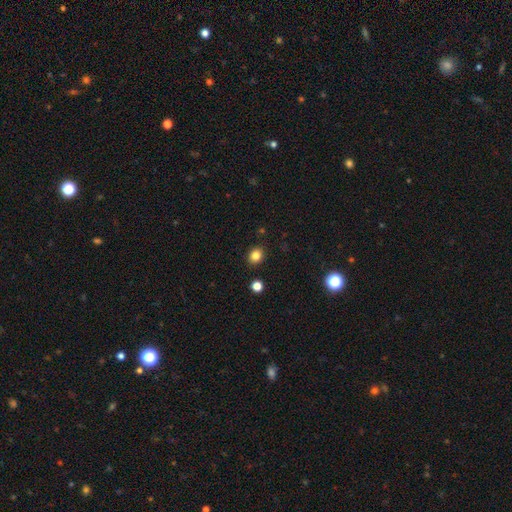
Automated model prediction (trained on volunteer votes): smooth_or_featured: smooth (p=0.82) [alt: star or artifact p=0.12]
how_rounded: round (p=0.60) [alt: in between p=0.39]
merging: none (p=0.88) [alt: minor disturbance p=0.08]